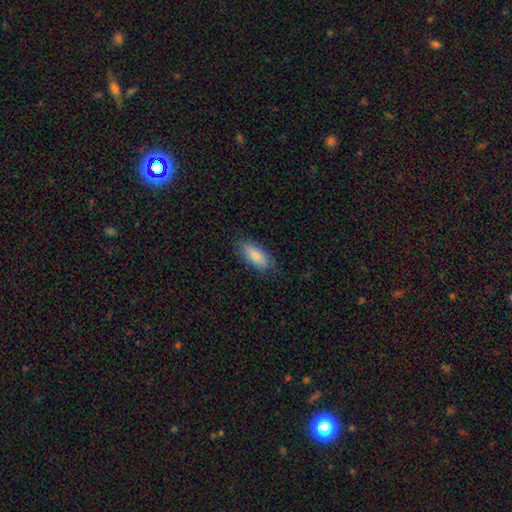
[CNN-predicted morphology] Smooth or featured? smooth (84%)
How rounded? in between (87%)
Merging? none (78%)